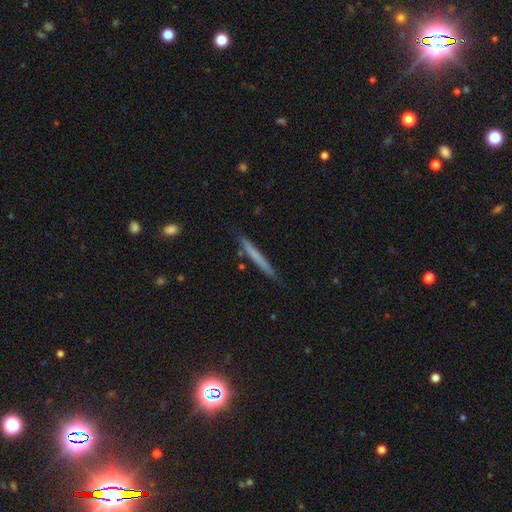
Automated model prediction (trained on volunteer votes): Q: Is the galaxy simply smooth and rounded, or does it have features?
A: smooth — 61%.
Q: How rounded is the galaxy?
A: cigar-shaped — 97%.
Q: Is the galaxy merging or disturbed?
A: none — 87%.